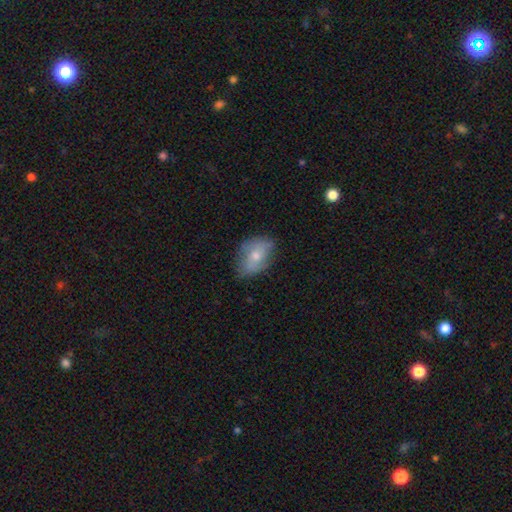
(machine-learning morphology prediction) smooth 53%, featured or disk 40%, star or artifact 7%. Down the decision tree: how rounded — in between (78%); merging — none (60%).